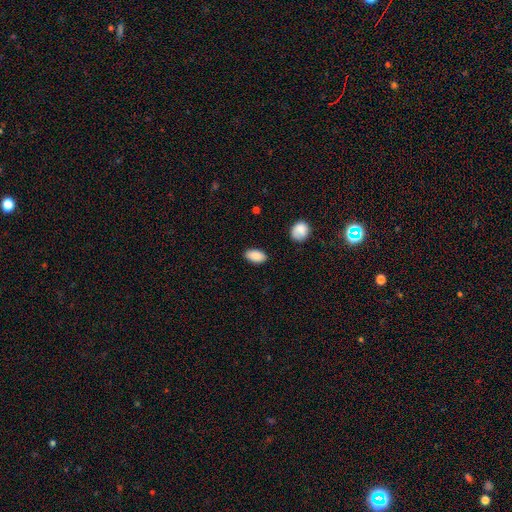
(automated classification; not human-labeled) Smooth or featured: smooth — 89% (star or artifact — 7%)
How rounded: in between — 94% (round — 4%)
Merging: none — 87% (minor disturbance — 9%)